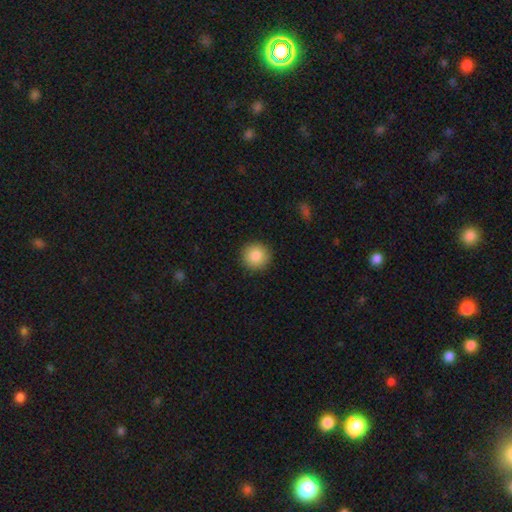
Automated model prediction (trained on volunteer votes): The model was most divided on "smooth or featured": smooth: 86%, star or artifact: 8%, featured or disk: 6%. More confident: how rounded — round (94%); merging — none (92%).